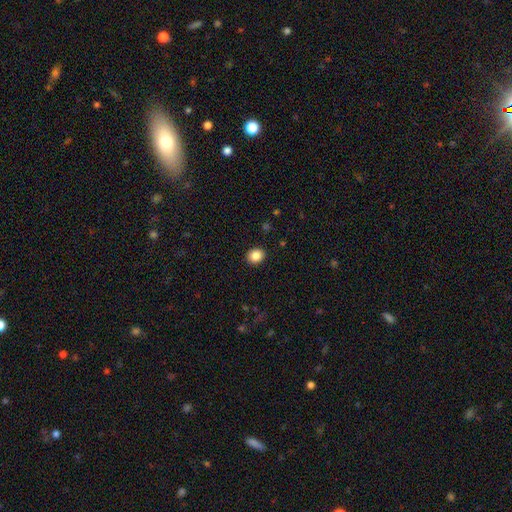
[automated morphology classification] Smooth or featured: smooth — 86% (star or artifact — 10%)
How rounded: round — 67% (in between — 32%)
Merging: none — 91% (minor disturbance — 6%)